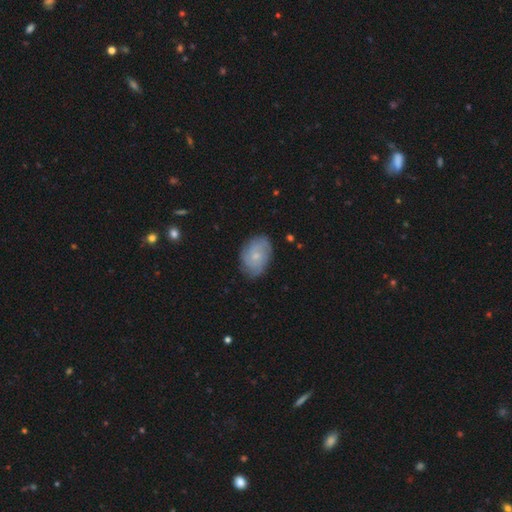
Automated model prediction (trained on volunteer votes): Morphology: type=featured or disk (56%); edge-on=no (97%); bar=no (78%); spiral arms=yes (87%); bulge=small (72%); merging=none (77%).